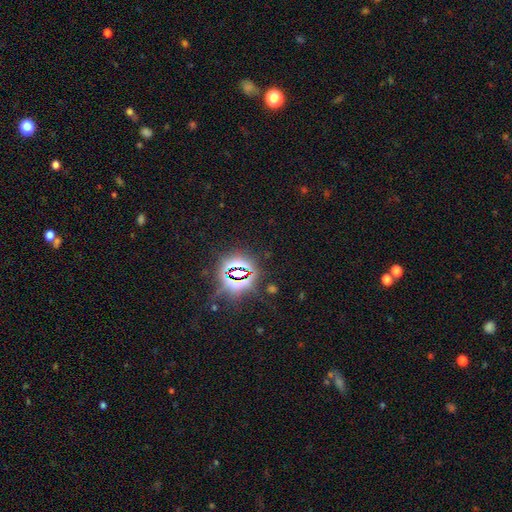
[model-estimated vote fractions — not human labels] This appears to be a star or artifact, not a galaxy (82%).